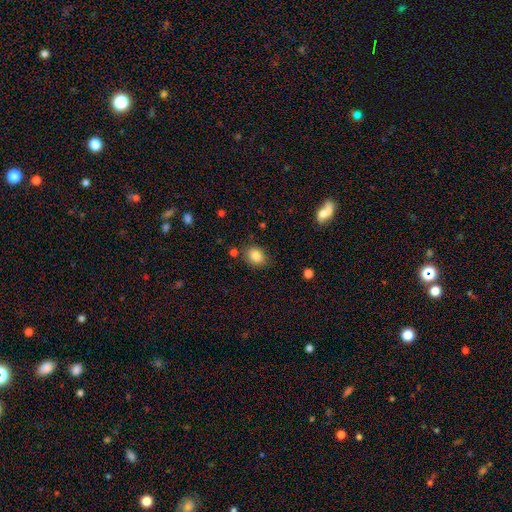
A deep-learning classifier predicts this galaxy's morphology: This appears to be a smooth galaxy with no disk features (85%) that is in between round and cigar-shaped (56%). Merging: none (80%).